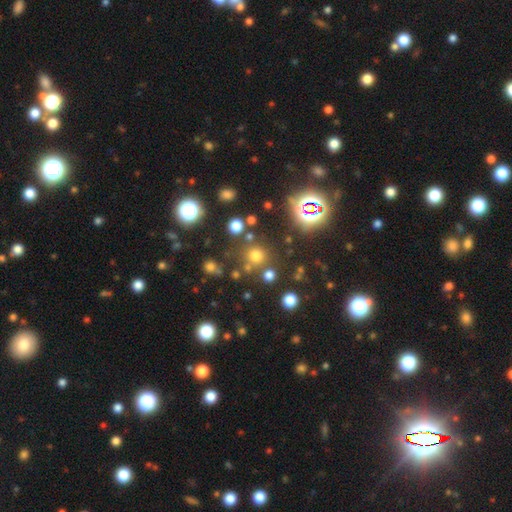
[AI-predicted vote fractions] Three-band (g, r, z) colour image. It shows a smooth galaxy with no disk features (68%) that is round (91%). Merging: none (75%).